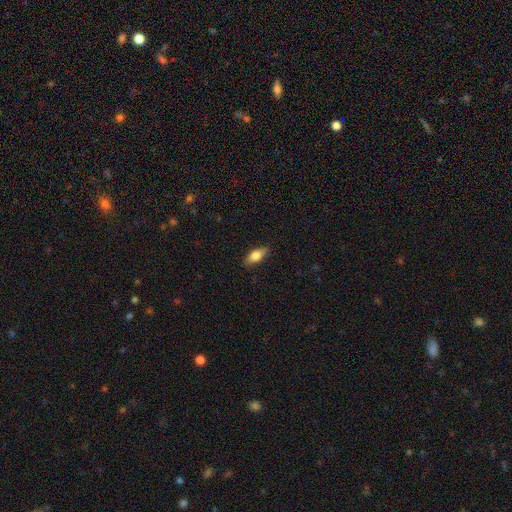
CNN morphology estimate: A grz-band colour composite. It shows a smooth galaxy with no disk features (66%) that is in between round and cigar-shaped (72%). Merging: none (85%).